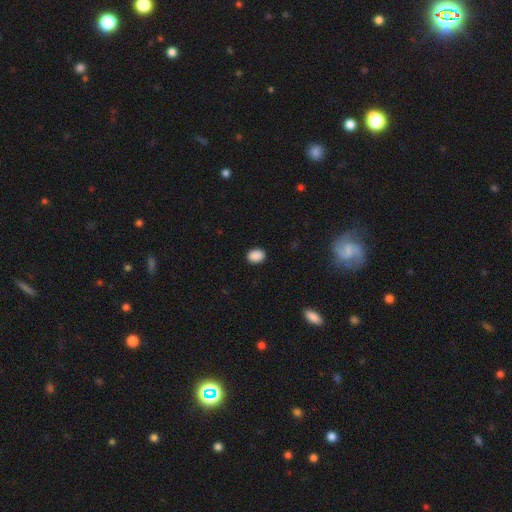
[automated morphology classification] Smooth or featured: smooth — 89% (star or artifact — 9%)
How rounded: in between — 63% (round — 36%)
Merging: none — 89% (minor disturbance — 8%)